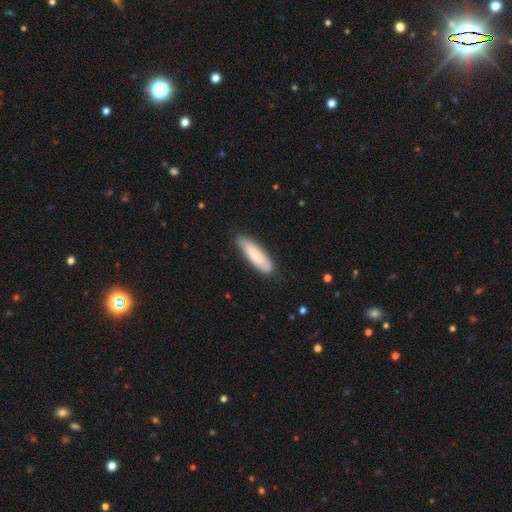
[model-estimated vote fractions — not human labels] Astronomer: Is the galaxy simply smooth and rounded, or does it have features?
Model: smooth — 74%.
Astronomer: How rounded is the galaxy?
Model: cigar-shaped — 55% (runner-up: in between, 43%).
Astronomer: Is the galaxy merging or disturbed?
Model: none — 79%.